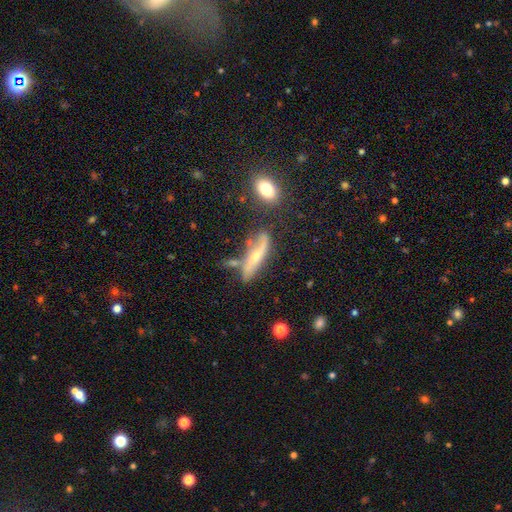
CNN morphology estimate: smooth_or_featured: featured or disk (p=0.64) [alt: smooth p=0.28]
disk_edge_on: yes (p=0.53) [alt: no p=0.47]
merging: none (p=0.51) [alt: minor disturbance p=0.25]